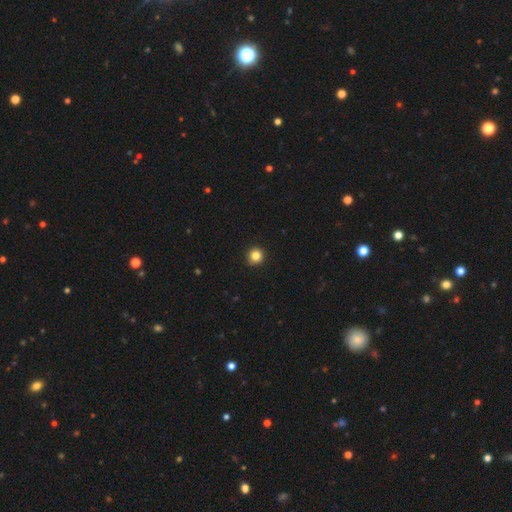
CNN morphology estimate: Q: Smooth or featured?
A: smooth (84%); runner-up: star or artifact (12%)
Q: How rounded?
A: round (94%); runner-up: in between (5%)
Q: Merging?
A: none (91%); runner-up: minor disturbance (7%)